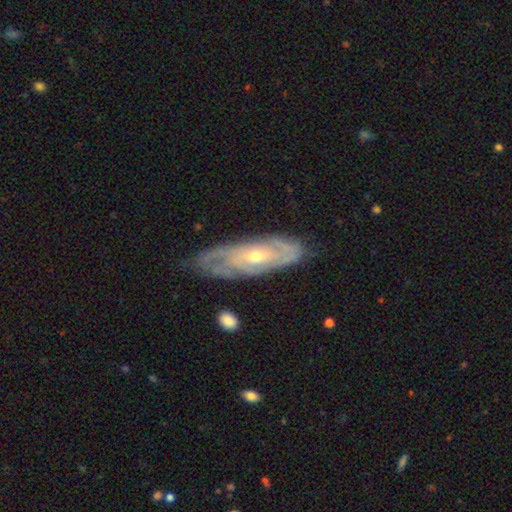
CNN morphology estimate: The model was most divided on "bulge size": moderate: 51%, small: 45%, large: 2%, none: 1%, dominant: 1%. Remaining: spiral arms — yes (89%); edge-on disk — no (83%); smooth or featured — featured or disk (81%); merging — none (72%); spiral winding — tight (67%); bar — no (61%); spiral arm count — can't tell (47%).